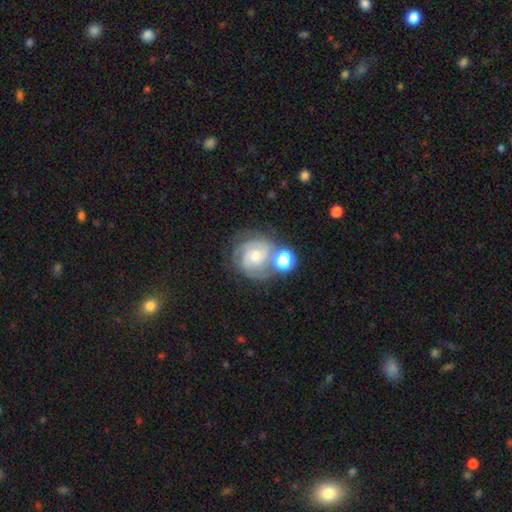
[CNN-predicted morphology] Q: Smooth or featured?
A: featured or disk (79%); runner-up: smooth (12%)
Q: Edge-on disk?
A: no (98%); runner-up: yes (2%)
Q: Bar?
A: no (66%); runner-up: weak (28%)
Q: Spiral arms?
A: yes (96%); runner-up: no (4%)
Q: Spiral winding?
A: tight (64%); runner-up: medium (30%)
Q: Spiral arm count?
A: 2 (34%); runner-up: 3 (33%)
Q: Bulge size?
A: small (48%); runner-up: moderate (47%)
Q: Merging?
A: none (63%); runner-up: minor disturbance (15%)